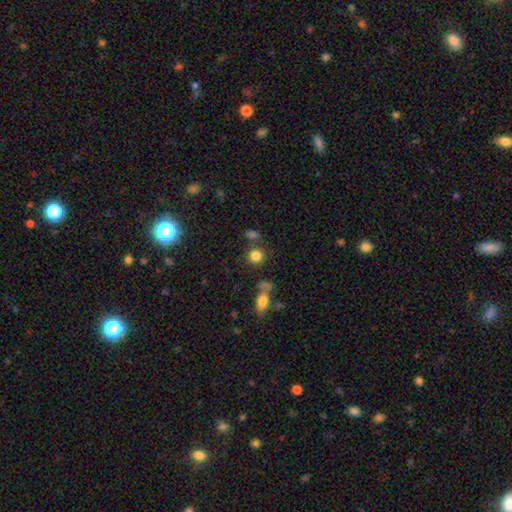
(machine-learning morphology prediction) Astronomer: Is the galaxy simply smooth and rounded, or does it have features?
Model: smooth — 82%.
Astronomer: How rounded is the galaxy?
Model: round — 86%.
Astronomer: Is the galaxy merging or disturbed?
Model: none — 70%.